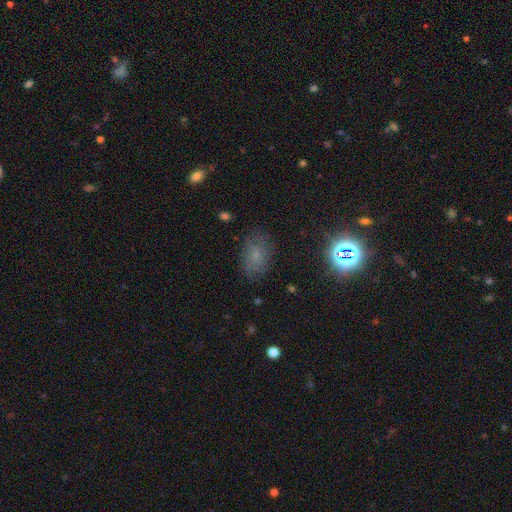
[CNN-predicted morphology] type=smooth (62%); roundness=in between (81%); merging=none (76%).